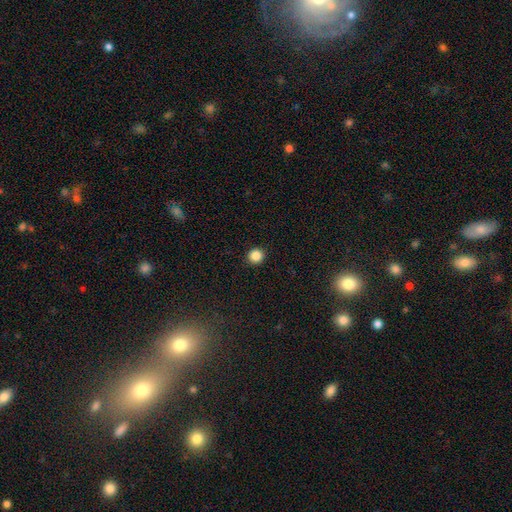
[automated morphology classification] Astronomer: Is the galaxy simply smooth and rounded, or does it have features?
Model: smooth — 86%.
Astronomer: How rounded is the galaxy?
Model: round — 94%.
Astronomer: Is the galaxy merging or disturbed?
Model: none — 93%.